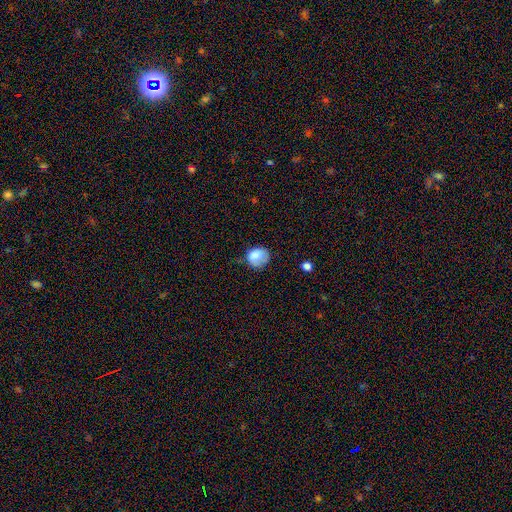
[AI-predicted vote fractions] Q: Smooth or featured?
A: smooth (80%); runner-up: featured or disk (11%)
Q: How rounded?
A: round (67%); runner-up: in between (33%)
Q: Merging?
A: none (49%); runner-up: minor disturbance (35%)